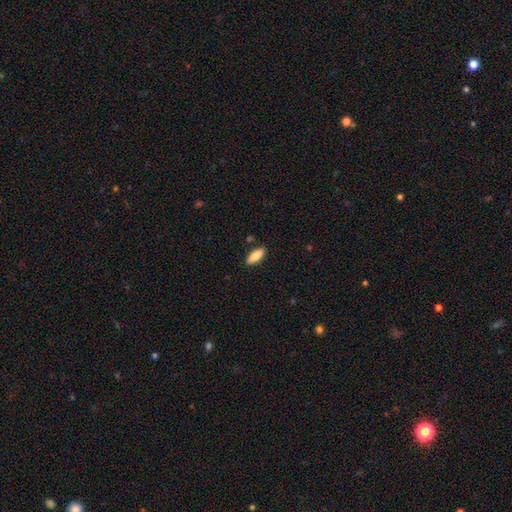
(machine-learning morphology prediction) smooth 84%, featured or disk 10%, star or artifact 6%. Down the decision tree: how rounded — in between (77%); merging — none (87%).